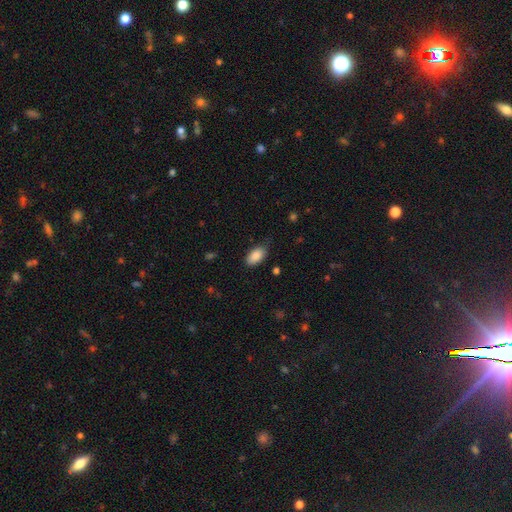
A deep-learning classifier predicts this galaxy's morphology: This is clearly a smooth galaxy (87%). How rounded: clearly in between (94%). Merging: likely none (78%).